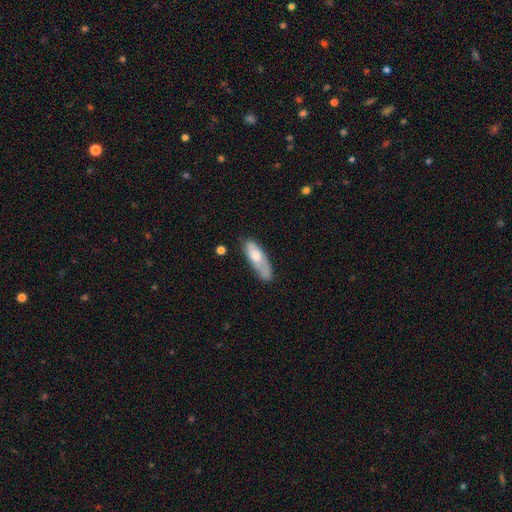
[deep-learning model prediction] smooth-or-featured: smooth: 65% | featured or disk: 29% | star or artifact: 6%
  how-rounded: in between: 53% | cigar-shaped: 45% | round: 2%
  merging: none: 51% | minor disturbance: 32% | major disturbance: 12% | merger: 5%